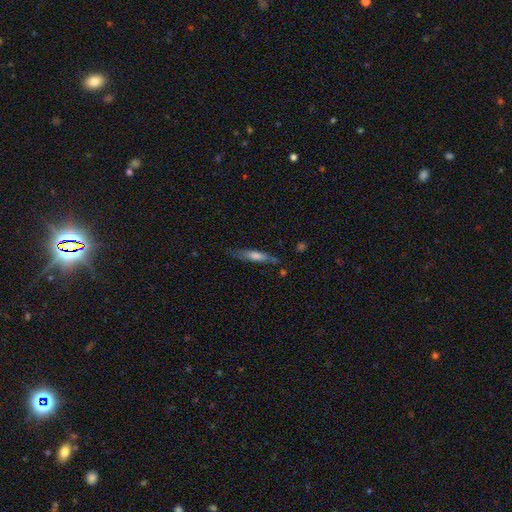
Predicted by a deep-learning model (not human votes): Q: Smooth or featured?
A: smooth (54%); runner-up: featured or disk (39%)
Q: How rounded?
A: cigar-shaped (85%); runner-up: in between (14%)
Q: Merging?
A: none (74%); runner-up: minor disturbance (18%)